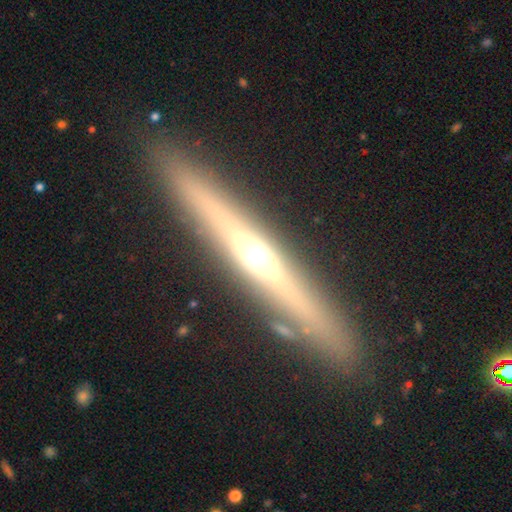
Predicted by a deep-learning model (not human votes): Overall: featured or disk (76%). Edge-on disk: yes (96%). Edge-on bulge: rounded (83%). Merging: none (89%).